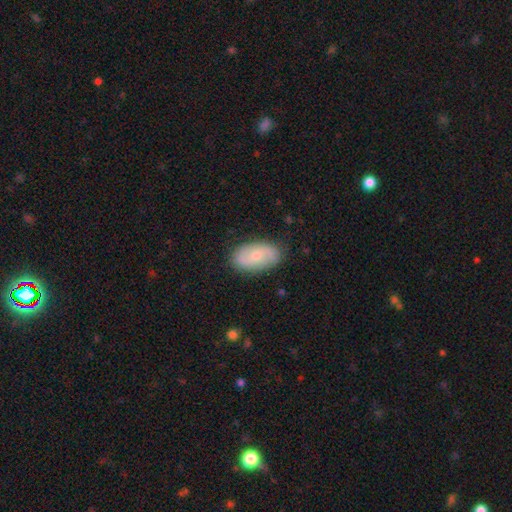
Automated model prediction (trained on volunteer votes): Q: Smooth or featured?
A: featured or disk (48%); runner-up: smooth (45%)
Q: Merging?
A: none (83%); runner-up: minor disturbance (13%)